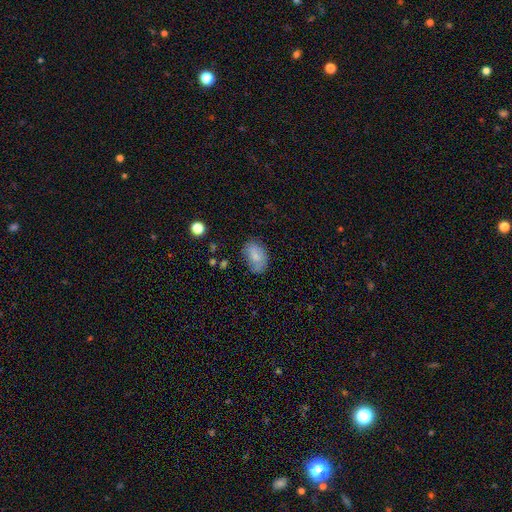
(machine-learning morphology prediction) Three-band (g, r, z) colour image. It shows a smooth galaxy with no disk features (80%) that is in between round and cigar-shaped (90%). Merging: none (71%).